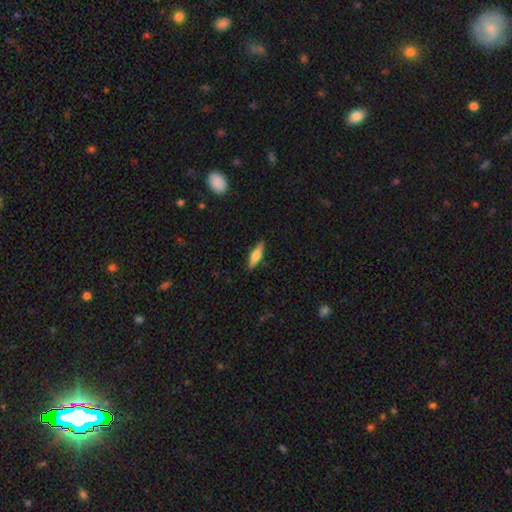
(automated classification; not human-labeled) Smooth or featured: featured or disk — 50% (smooth — 44%)
Merging: none — 88% (minor disturbance — 9%)